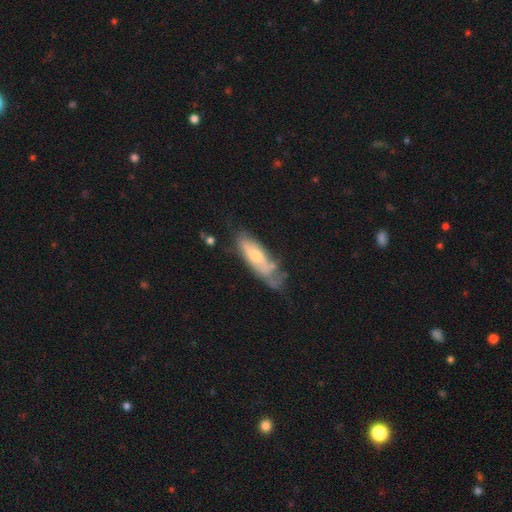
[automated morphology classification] Q: Smooth or featured?
A: featured or disk (49%); runner-up: smooth (44%)
Q: Merging?
A: none (39%); runner-up: minor disturbance (34%)